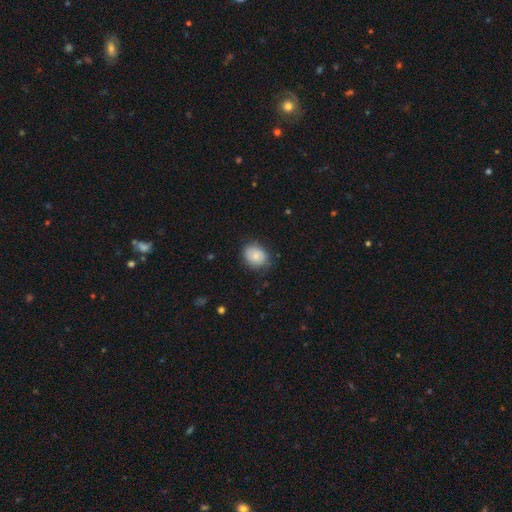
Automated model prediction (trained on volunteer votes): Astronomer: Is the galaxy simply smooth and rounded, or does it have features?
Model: smooth — 82%.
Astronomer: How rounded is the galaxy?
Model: in between — 53% (runner-up: round, 46%).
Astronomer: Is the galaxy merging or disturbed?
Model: none — 75%.